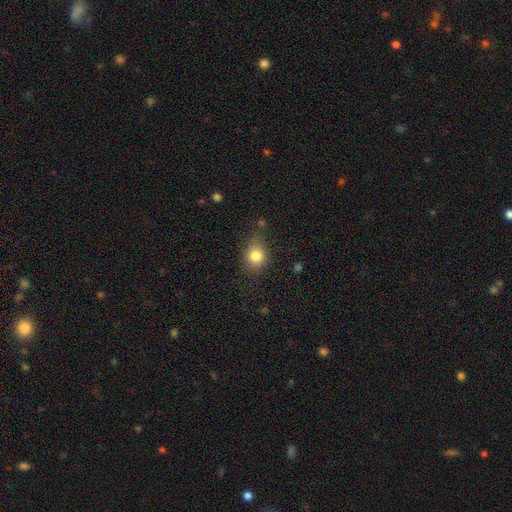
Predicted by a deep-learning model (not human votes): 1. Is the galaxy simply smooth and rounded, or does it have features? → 81% smooth, 11% star or artifact, 8% featured or disk.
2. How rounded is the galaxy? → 63% round, 36% in between, 1% cigar-shaped.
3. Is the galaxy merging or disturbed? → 69% none, 22% minor disturbance, 7% major disturbance, 2% merger.